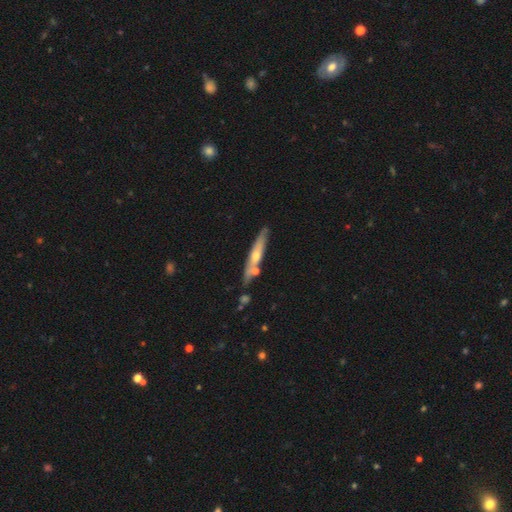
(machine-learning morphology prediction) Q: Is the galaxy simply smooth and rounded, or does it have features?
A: featured or disk — 58%.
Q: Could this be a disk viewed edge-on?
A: yes — 86%.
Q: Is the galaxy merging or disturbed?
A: none — 75%.